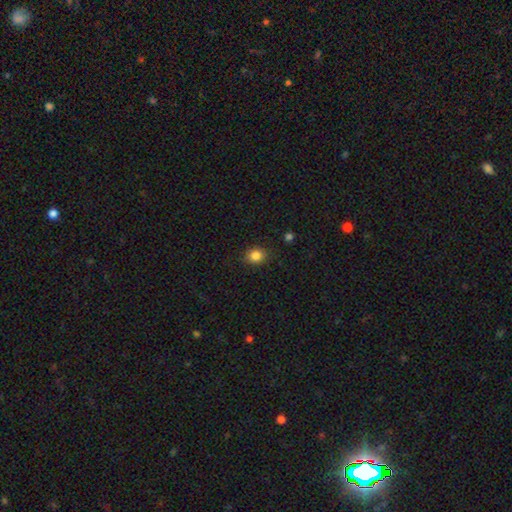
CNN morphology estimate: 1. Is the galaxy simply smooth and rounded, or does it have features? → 84% smooth, 11% star or artifact, 5% featured or disk.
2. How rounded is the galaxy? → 63% round, 36% in between, 1% cigar-shaped.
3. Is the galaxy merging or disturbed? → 87% none, 9% minor disturbance, 2% major disturbance, 1% merger.